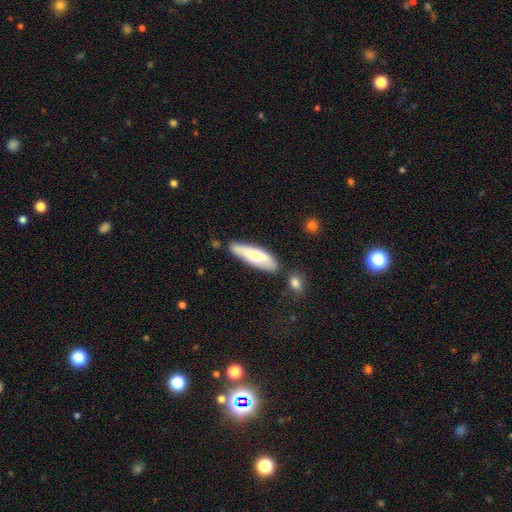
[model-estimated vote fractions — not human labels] Smooth or featured? Predicted: smooth (p=0.63). How rounded? Predicted: cigar-shaped (p=0.59). Merging? Predicted: none (p=0.72).